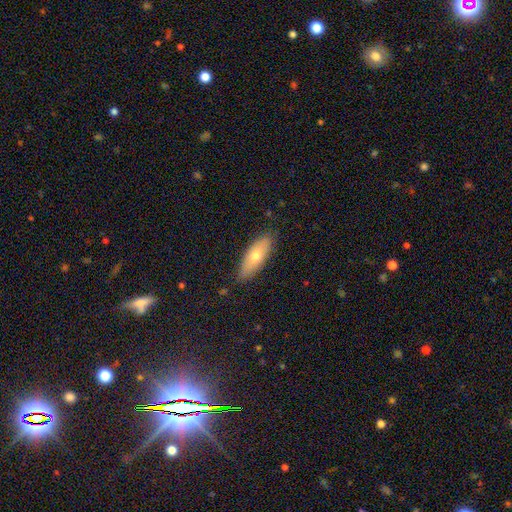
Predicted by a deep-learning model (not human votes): A smooth galaxy with no disk features (65%) that is in between round and cigar-shaped (62%).

Vote fractions:
- Smooth or featured? smooth: 65% / featured or disk: 28% / star or artifact: 7%
- How rounded? in between: 62% / cigar-shaped: 36% / round: 2%
- Merging? none: 84% / minor disturbance: 12% / major disturbance: 2% / merger: 1%